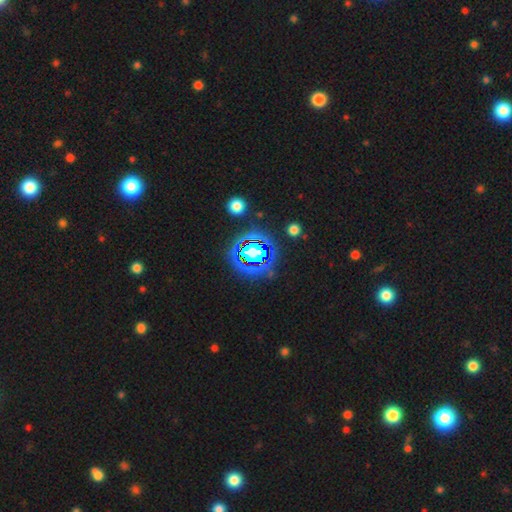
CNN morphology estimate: Smooth or featured? Predicted: star or artifact (p=0.79).